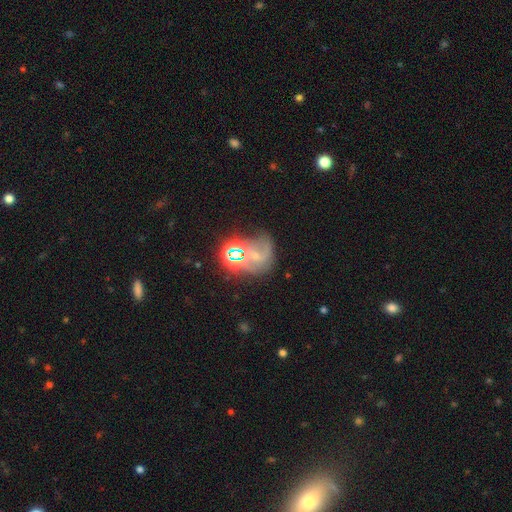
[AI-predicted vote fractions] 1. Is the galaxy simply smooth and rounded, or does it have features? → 42% featured or disk, 32% star or artifact, 27% smooth.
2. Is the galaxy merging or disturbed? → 39% none, 21% major disturbance, 20% merger, 20% minor disturbance.